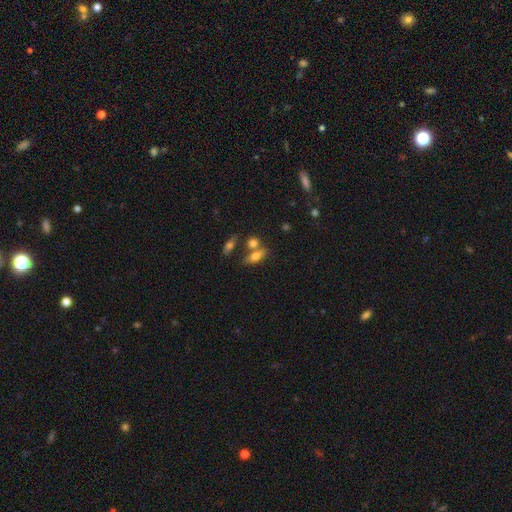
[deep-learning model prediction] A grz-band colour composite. It shows a smooth galaxy with no disk features (68%) that is in between round and cigar-shaped (68%). Merging: none (56%).